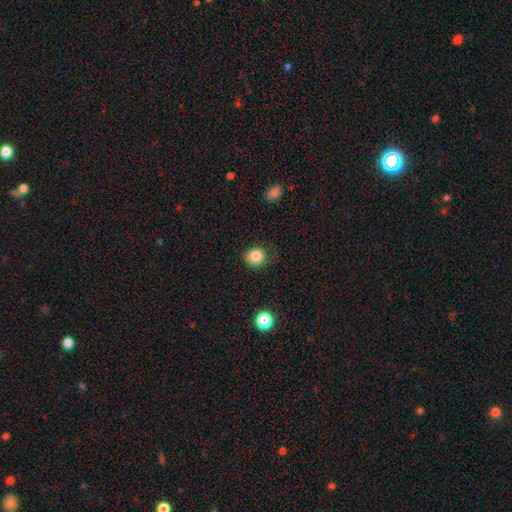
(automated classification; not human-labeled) This appears to be a smooth galaxy with no disk features (83%) that is round (82%). Merging: none (83%).